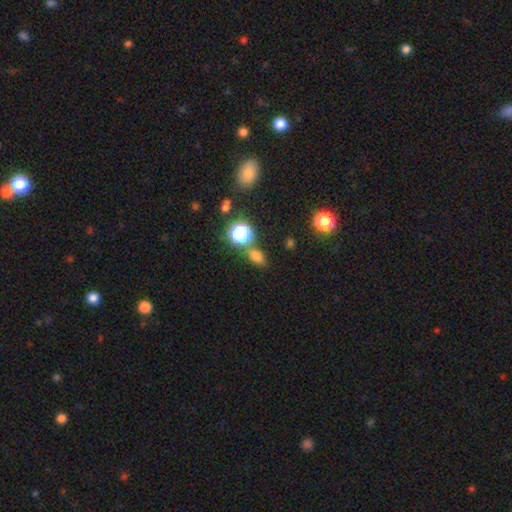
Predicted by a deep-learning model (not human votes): Smooth or featured? Predicted: smooth (p=0.69). How rounded? Predicted: in between (p=0.65). Merging? Predicted: none (p=0.67).